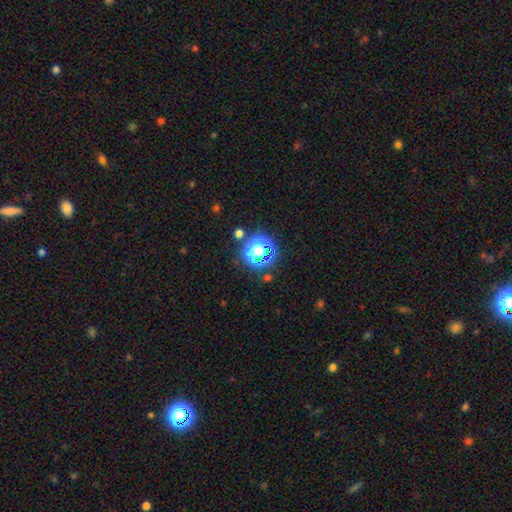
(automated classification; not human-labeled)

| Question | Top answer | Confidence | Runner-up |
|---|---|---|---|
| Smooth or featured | star or artifact | 48% | smooth (40%) |